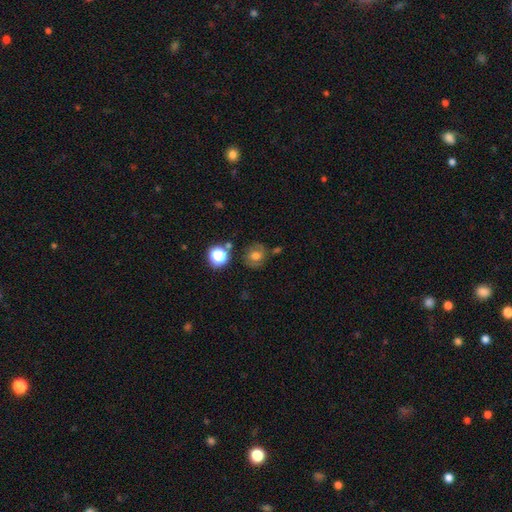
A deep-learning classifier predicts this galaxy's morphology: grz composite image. It shows a smooth galaxy with no disk features (60%) that is round (80%). Merging: none (74%).